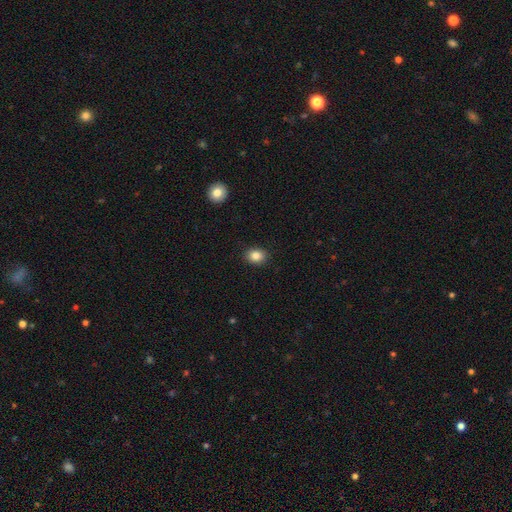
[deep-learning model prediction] This is clearly a smooth galaxy (85%). How rounded: possibly round (50%). Merging: clearly none (90%).